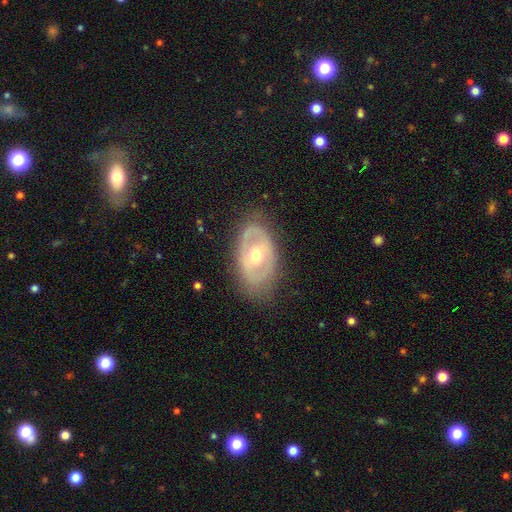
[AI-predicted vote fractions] This is likely a featured or disk galaxy (66%). It is clearly not viewed edge-on (91%). Bar: possibly no (59%). Spiral arm pattern: likely no (71%). Central bulge: likely moderate (71%). Merging: likely none (76%).